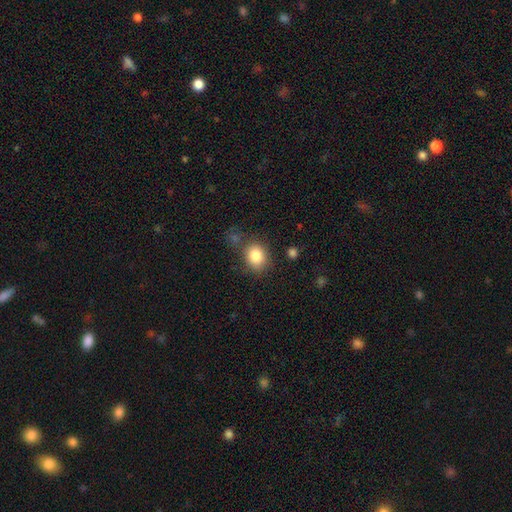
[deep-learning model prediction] Q: Smooth or featured?
A: smooth (83%); runner-up: star or artifact (10%)
Q: How rounded?
A: round (57%); runner-up: in between (43%)
Q: Merging?
A: none (73%); runner-up: minor disturbance (15%)